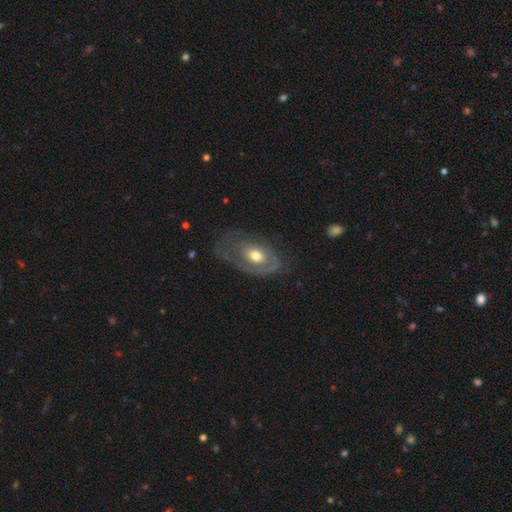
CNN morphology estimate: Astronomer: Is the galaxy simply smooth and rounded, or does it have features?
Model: featured or disk — 66%.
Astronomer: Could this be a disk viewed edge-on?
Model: no — 92%.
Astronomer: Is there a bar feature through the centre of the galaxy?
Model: no — 77%.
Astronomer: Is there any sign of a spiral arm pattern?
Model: yes — 55% (runner-up: no, 45%).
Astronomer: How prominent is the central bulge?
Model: moderate — 70%.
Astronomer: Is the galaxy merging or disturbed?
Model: none — 66%.